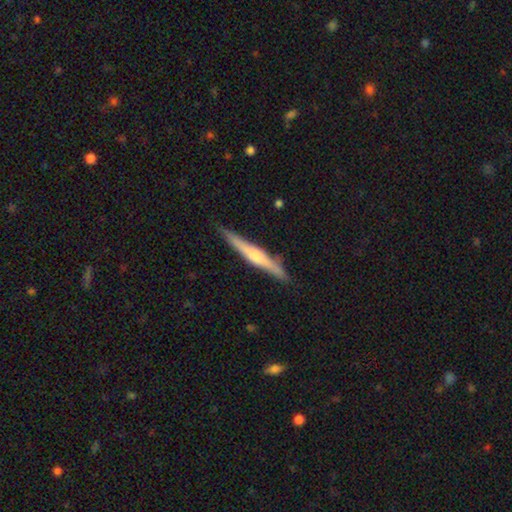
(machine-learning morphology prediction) A featured or disk galaxy (65%) viewed edge-on (97%) with a rounded central bulge (79%).

Vote fractions:
- Smooth or featured? featured or disk: 65% / smooth: 29% / star or artifact: 6%
- Edge-on disk? yes: 97% / no: 3%
- Edge-on bulge? rounded: 79% / none: 13% / boxy: 9%
- Merging? none: 87% / minor disturbance: 10% / major disturbance: 2% / merger: 1%